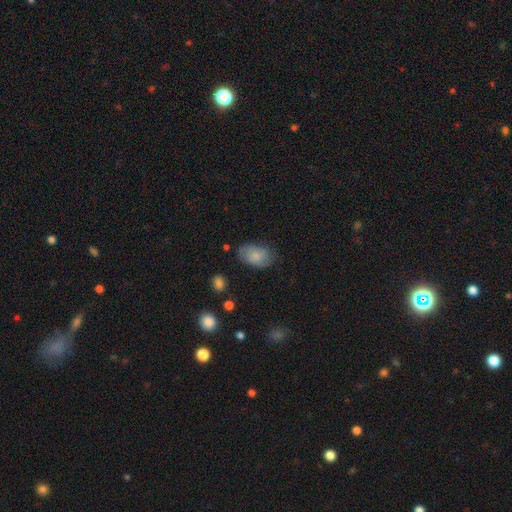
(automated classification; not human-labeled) Smooth or featured?
  - smooth: 75% *
  - featured or disk: 18%
  - star or artifact: 7%
How rounded?
  - in between: 90% *
  - round: 9%
  - cigar-shaped: 1%
Merging?
  - none: 70% *
  - minor disturbance: 22%
  - major disturbance: 6%
  - merger: 2%